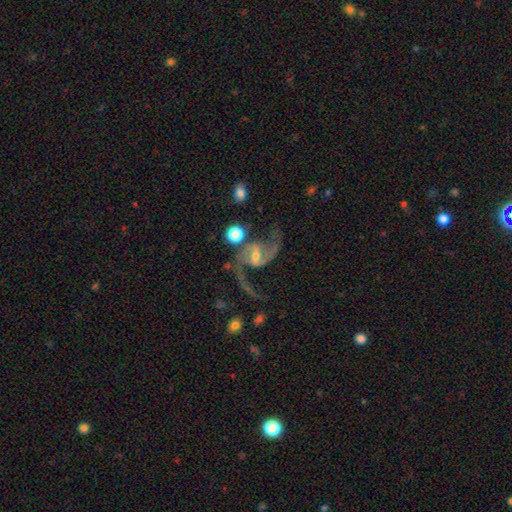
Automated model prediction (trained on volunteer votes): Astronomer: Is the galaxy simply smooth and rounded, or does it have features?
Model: featured or disk — 91%.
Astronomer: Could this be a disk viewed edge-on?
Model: no — 98%.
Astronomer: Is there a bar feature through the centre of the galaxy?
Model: weak — 50% (runner-up: no, 27%).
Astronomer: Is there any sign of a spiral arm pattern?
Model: yes — 98%.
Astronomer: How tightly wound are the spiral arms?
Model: loose — 61%.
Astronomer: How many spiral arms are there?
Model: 2 — 93%.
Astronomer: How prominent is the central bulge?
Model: small — 49% (runner-up: moderate, 44%).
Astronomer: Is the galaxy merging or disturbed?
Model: none — 64%.